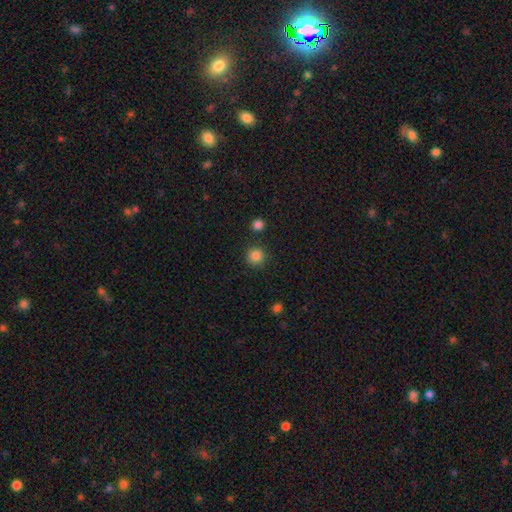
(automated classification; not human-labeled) Overall: smooth (84%). How rounded: round (94%). Merging: none (88%).